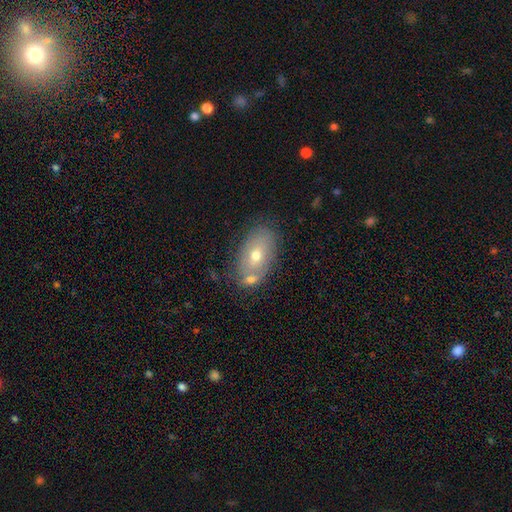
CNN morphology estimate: Overall: smooth (55%; featured or disk 35%). How rounded: in between (89%). Merging: none (63%).